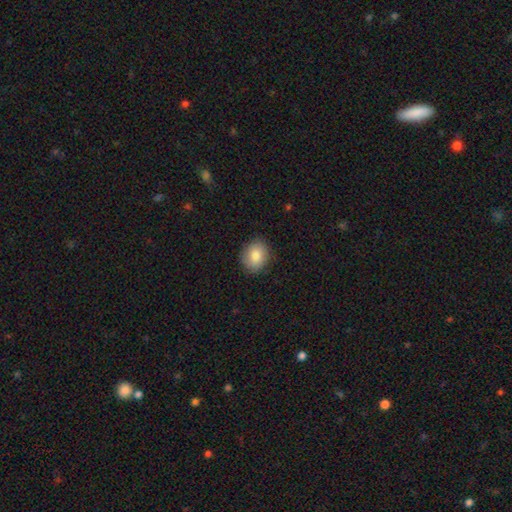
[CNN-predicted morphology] smooth-or-featured: smooth: 83% | featured or disk: 9% | star or artifact: 8%
  how-rounded: round: 59% | in between: 40% | cigar-shaped: 1%
  merging: none: 85% | minor disturbance: 11% | major disturbance: 3% | merger: 1%